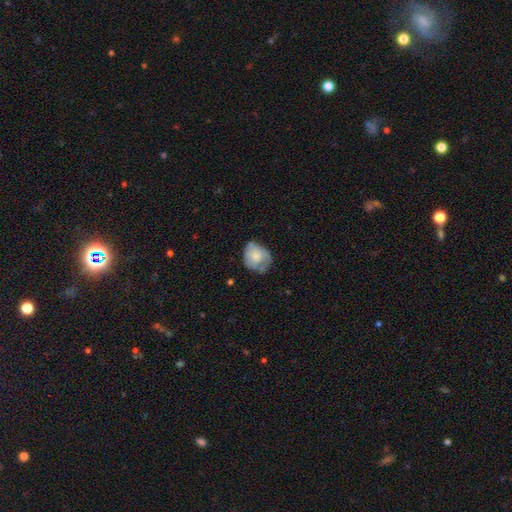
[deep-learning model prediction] Smooth or featured? Predicted: smooth (p=0.65). How rounded? Predicted: round (p=0.61). Merging? Predicted: none (p=0.45).